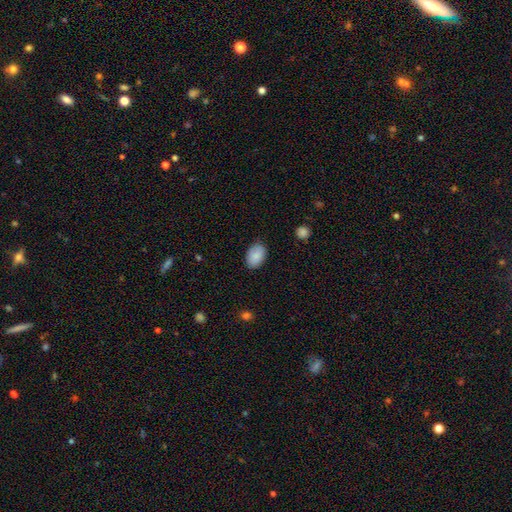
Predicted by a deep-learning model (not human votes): Smooth or featured: smooth — 88% (star or artifact — 6%)
How rounded: in between — 88% (round — 11%)
Merging: none — 85% (minor disturbance — 11%)